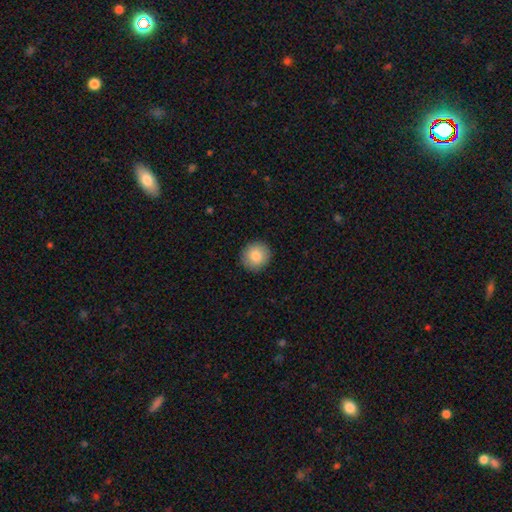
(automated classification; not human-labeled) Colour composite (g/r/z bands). It shows a smooth galaxy with no disk features (84%) that is round (93%). Merging: none (92%).